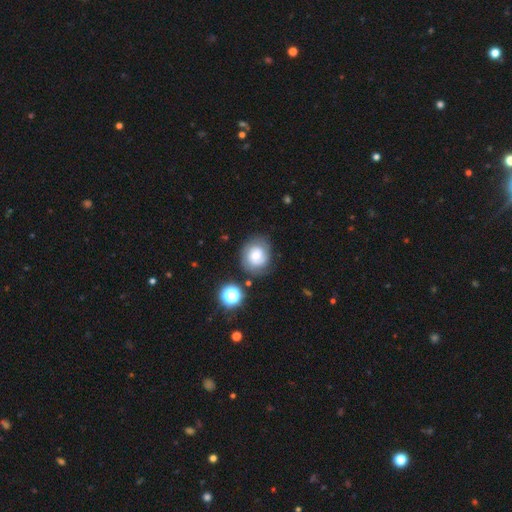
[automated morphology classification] smooth_or_featured: smooth (p=0.52) [alt: featured or disk p=0.37]
how_rounded: round (p=0.73) [alt: in between p=0.26]
merging: none (p=0.70) [alt: minor disturbance p=0.18]